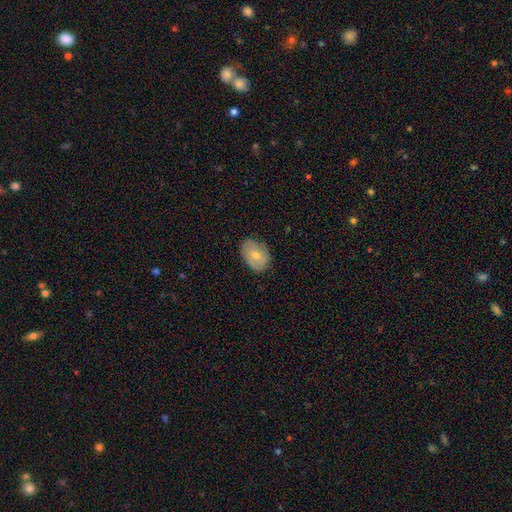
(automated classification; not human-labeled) smooth-or-featured: smooth: 68% | featured or disk: 25% | star or artifact: 7%
  how-rounded: in between: 75% | round: 24% | cigar-shaped: 1%
  merging: none: 75% | minor disturbance: 20% | major disturbance: 4% | merger: 1%